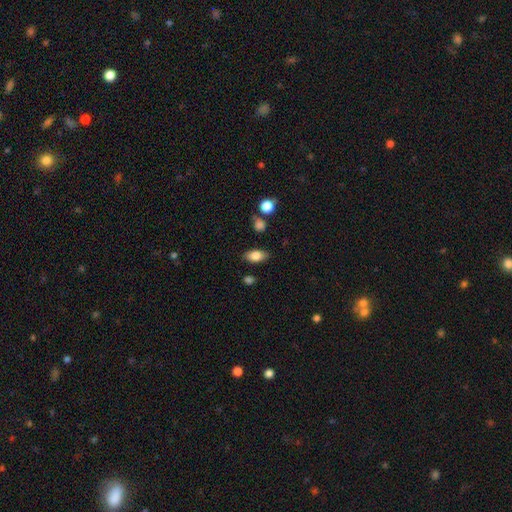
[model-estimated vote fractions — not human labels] Smooth or featured? Predicted: smooth (p=0.81). How rounded? Predicted: in between (p=0.88). Merging? Predicted: none (p=0.83).